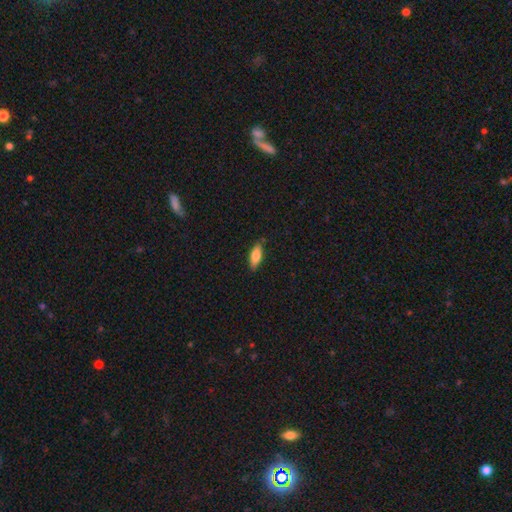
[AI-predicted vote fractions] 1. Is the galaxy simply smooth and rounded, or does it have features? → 79% smooth, 15% featured or disk, 6% star or artifact.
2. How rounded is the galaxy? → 70% in between, 28% cigar-shaped, 2% round.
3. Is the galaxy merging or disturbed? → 84% none, 13% minor disturbance, 2% major disturbance, 1% merger.